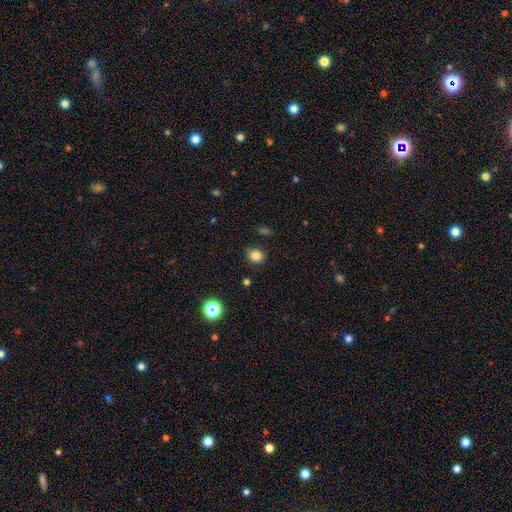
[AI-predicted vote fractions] A smooth galaxy with no disk features (82%) that is round (59%). Merging: none (79%).